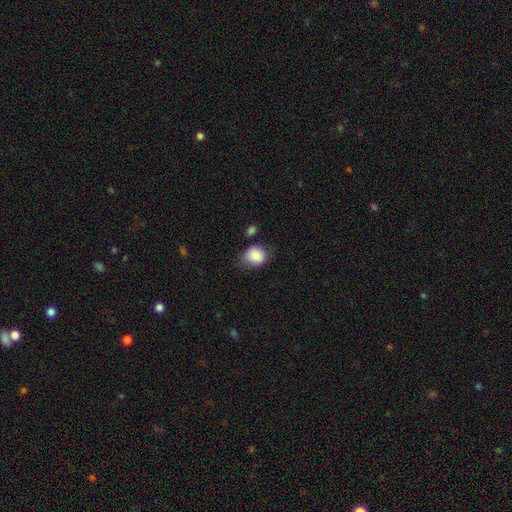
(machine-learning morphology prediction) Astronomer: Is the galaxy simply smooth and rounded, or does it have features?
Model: smooth — 85%.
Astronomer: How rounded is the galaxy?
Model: round — 63%.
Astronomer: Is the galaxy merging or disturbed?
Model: none — 64%.